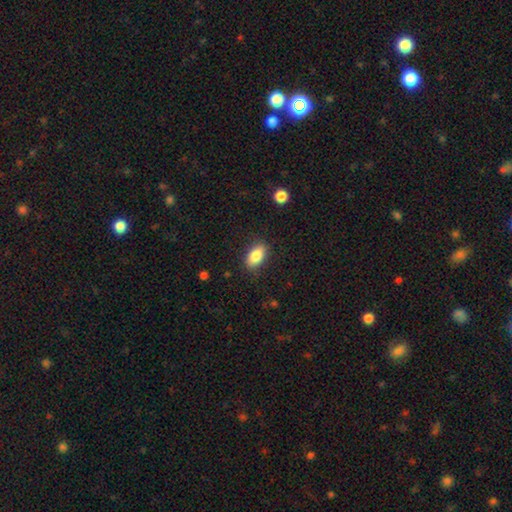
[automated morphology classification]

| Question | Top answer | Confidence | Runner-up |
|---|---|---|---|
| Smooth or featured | smooth | 84% | featured or disk (9%) |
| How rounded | in between | 91% | round (5%) |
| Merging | none | 86% | minor disturbance (10%) |